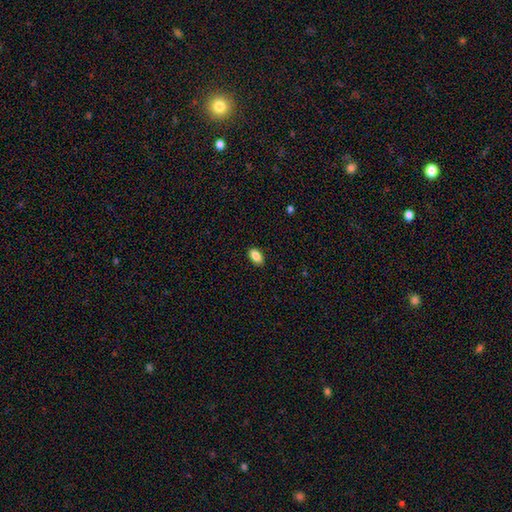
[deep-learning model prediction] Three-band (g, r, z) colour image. It shows a smooth galaxy with no disk features (87%) that is in between round and cigar-shaped (92%). Merging: none (89%).